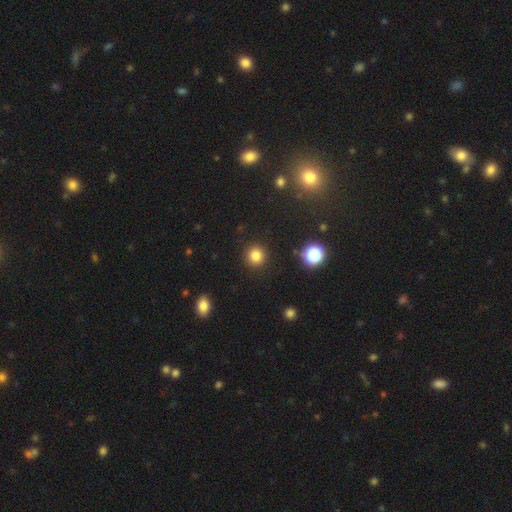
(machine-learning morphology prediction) A smooth galaxy with no disk features (82%) that is round (92%). Merging: none (91%).